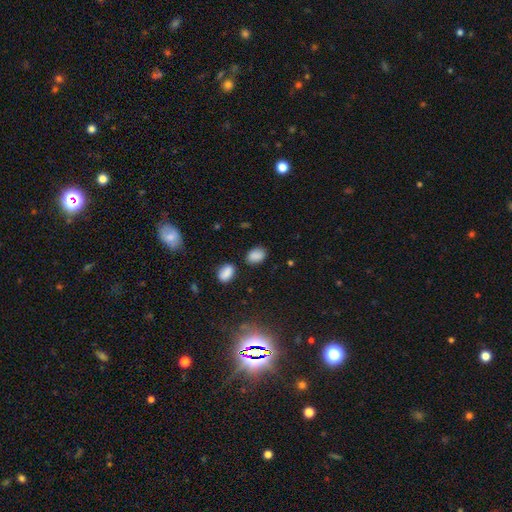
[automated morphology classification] Smooth or featured: smooth — 85% (star or artifact — 10%)
How rounded: in between — 84% (round — 15%)
Merging: none — 75% (minor disturbance — 15%)